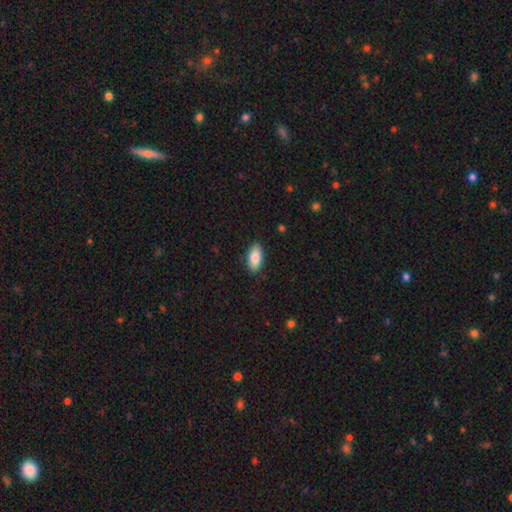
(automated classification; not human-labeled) Smooth or featured? smooth (85%)
How rounded? in between (93%)
Merging? none (87%)